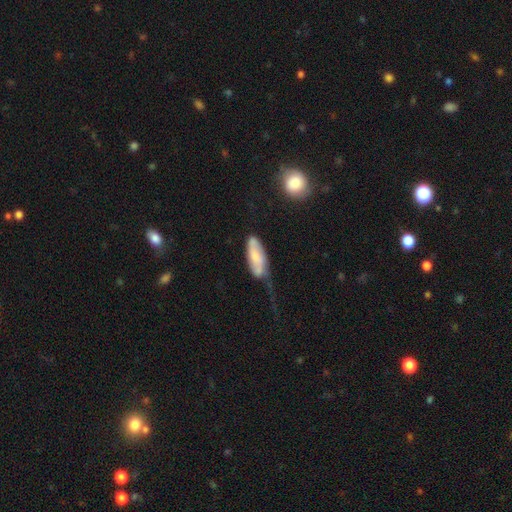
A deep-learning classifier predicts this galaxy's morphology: Smooth or featured? smooth (58%)
How rounded? in between (69%)
Merging? minor disturbance (34%)